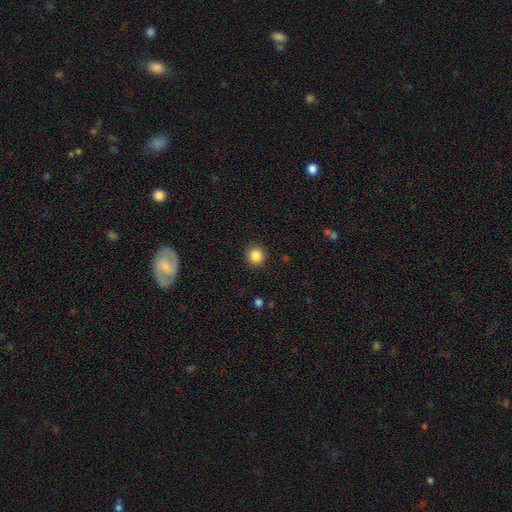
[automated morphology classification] Smooth or featured: smooth — 87% (star or artifact — 10%)
How rounded: round — 91% (in between — 8%)
Merging: none — 90% (minor disturbance — 6%)